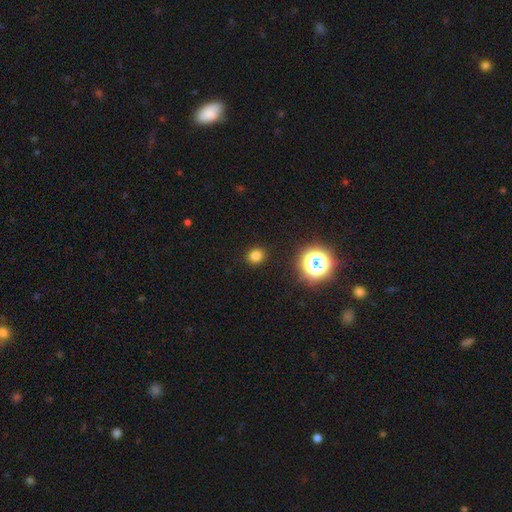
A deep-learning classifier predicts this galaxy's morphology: Overall: smooth (78%). How rounded: round (83%). Merging: none (90%).